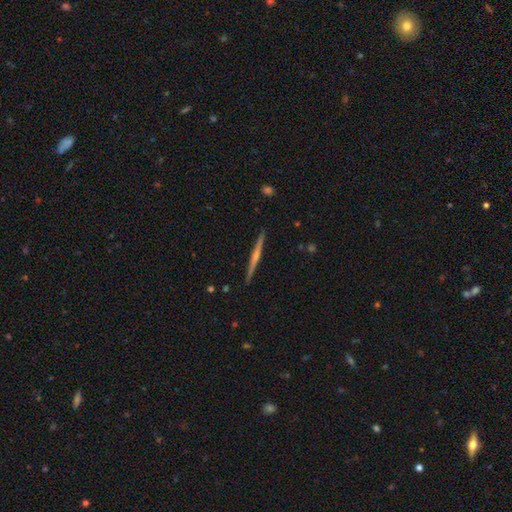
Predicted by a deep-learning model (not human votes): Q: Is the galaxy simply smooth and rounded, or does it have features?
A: featured or disk — 76%.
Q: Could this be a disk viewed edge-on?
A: yes — 99%.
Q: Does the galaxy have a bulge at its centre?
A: rounded — 69%.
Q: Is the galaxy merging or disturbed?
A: none — 93%.